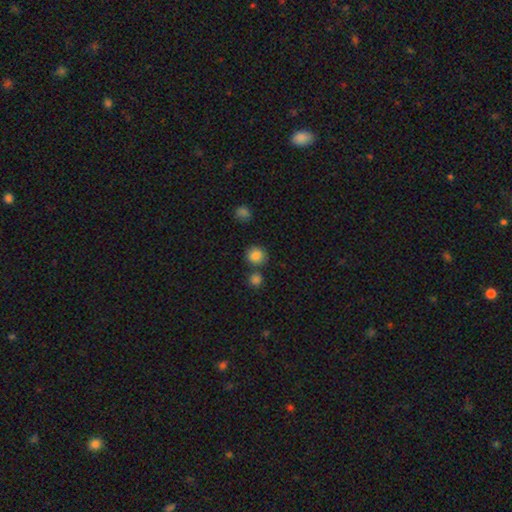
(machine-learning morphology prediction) smooth-or-featured: smooth: 84% | star or artifact: 11% | featured or disk: 5%
  how-rounded: round: 89% | in between: 10% | cigar-shaped: 1%
  merging: none: 76% | merger: 13% | minor disturbance: 9% | major disturbance: 3%